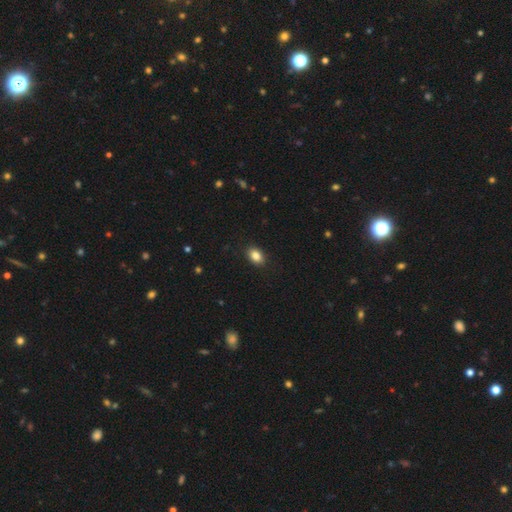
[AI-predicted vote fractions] Smooth or featured? smooth (86%)
How rounded? in between (80%)
Merging? none (89%)